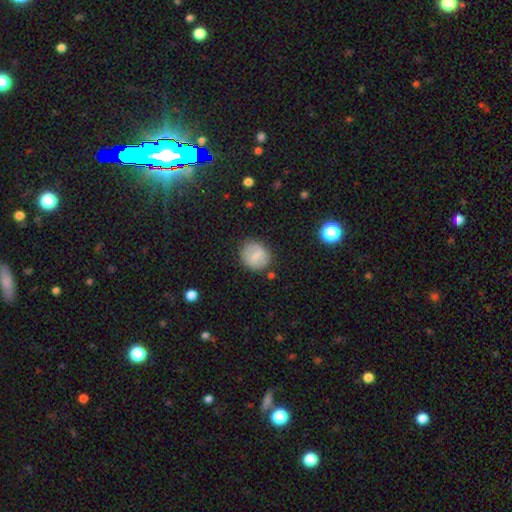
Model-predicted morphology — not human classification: A smooth galaxy with no disk features (66%) that is round (75%).

Vote fractions:
- Smooth or featured? smooth: 66% / featured or disk: 26% / star or artifact: 8%
- How rounded? round: 75% / in between: 24% / cigar-shaped: 1%
- Merging? none: 83% / minor disturbance: 12% / major disturbance: 4% / merger: 2%